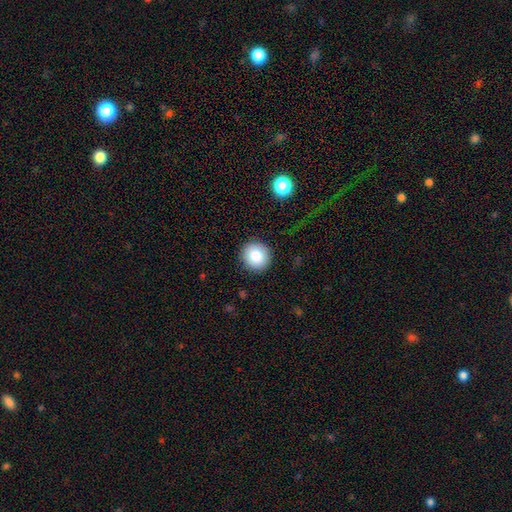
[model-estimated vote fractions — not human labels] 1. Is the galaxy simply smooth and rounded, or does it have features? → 84% smooth, 9% star or artifact, 7% featured or disk.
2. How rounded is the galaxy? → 93% round, 6% in between, 1% cigar-shaped.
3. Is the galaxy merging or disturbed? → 92% none, 6% minor disturbance, 2% major disturbance, 1% merger.